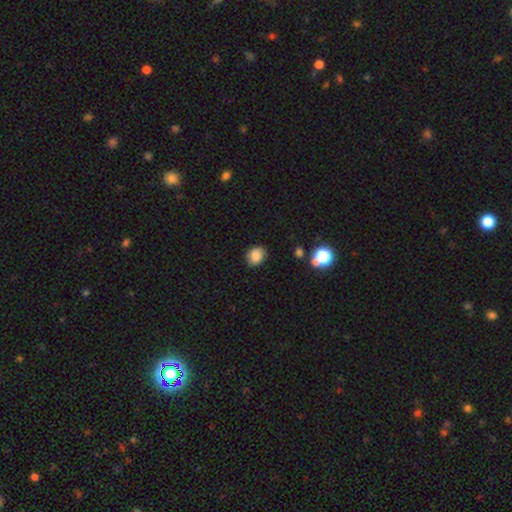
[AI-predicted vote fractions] Morphology: type=smooth (85%); roundness=round (56%); merging=none (81%).